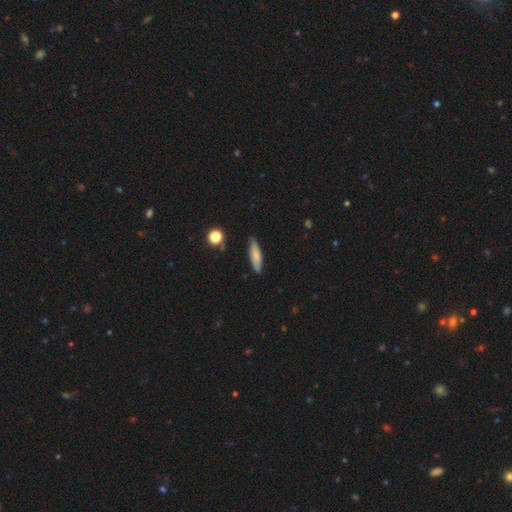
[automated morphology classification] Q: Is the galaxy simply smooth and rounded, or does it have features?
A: smooth — 74%.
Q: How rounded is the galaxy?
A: cigar-shaped — 63%.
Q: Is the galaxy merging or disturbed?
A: none — 80%.